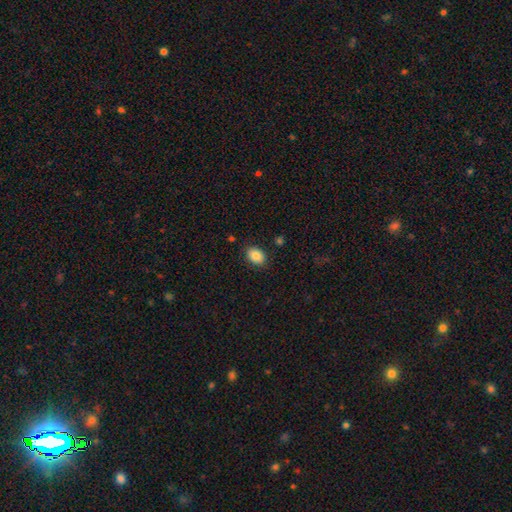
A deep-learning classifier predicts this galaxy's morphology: type=smooth (86%); roundness=in between (74%); merging=none (85%).